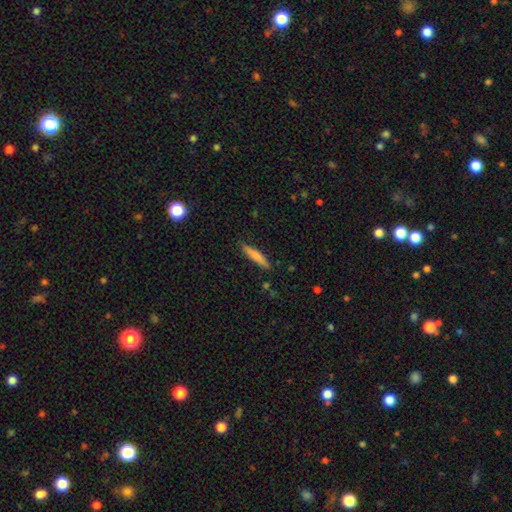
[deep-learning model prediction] Overall: smooth (75%). How rounded: cigar-shaped (88%). Merging: none (86%).